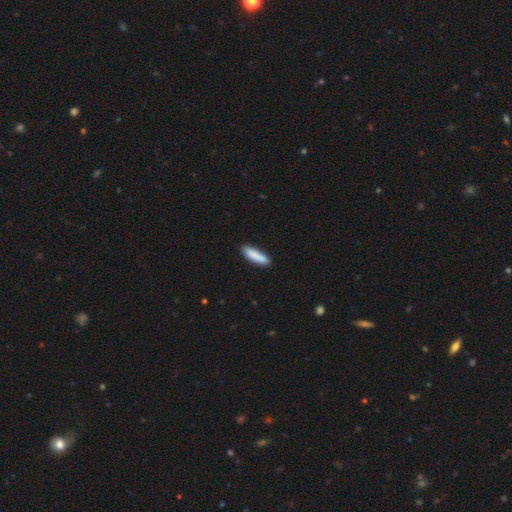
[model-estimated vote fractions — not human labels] Smooth or featured? smooth (87%)
How rounded? cigar-shaped (71%)
Merging? none (85%)